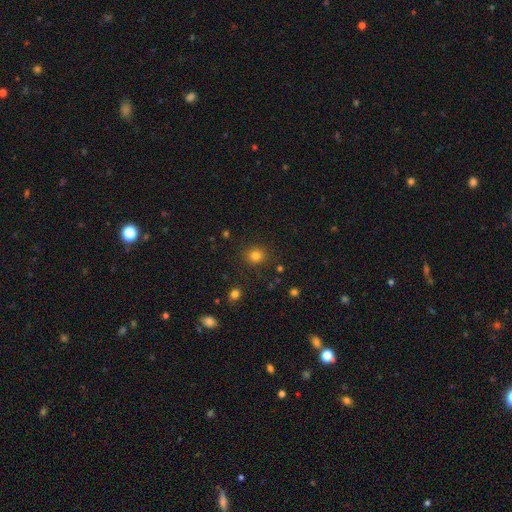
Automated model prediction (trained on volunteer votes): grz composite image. It shows a smooth galaxy with no disk features (81%) that is round (83%). Merging: none (88%).